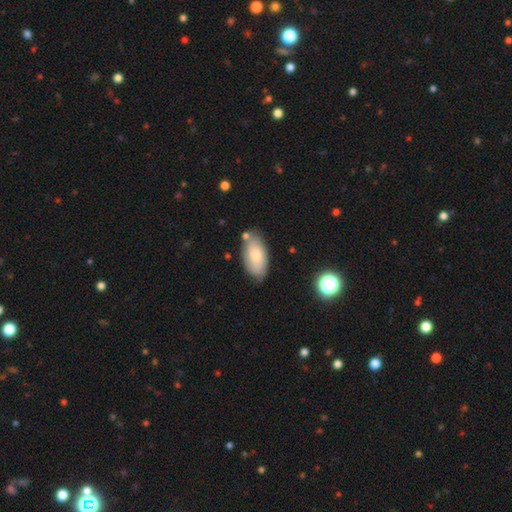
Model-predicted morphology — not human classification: Q: Smooth or featured?
A: smooth (72%); runner-up: featured or disk (21%)
Q: How rounded?
A: in between (94%); runner-up: round (3%)
Q: Merging?
A: none (72%); runner-up: minor disturbance (18%)